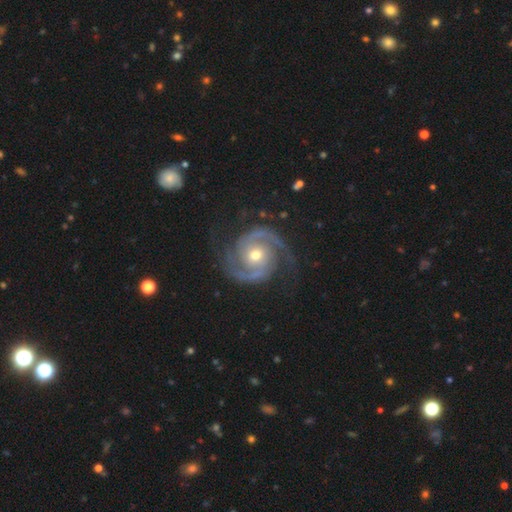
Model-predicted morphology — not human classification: featured or disk 94%, star or artifact 4%, smooth 2%. Down the decision tree: edge-on disk — no (98%); bar — no (67%); spiral arms — yes (99%); spiral arm count — 2 (92%); spiral winding — medium (47%); bulge size — moderate (64%); merging — none (81%).